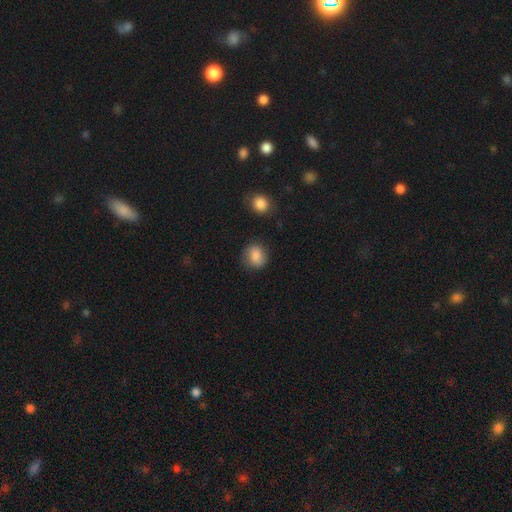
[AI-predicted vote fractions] Smooth or featured? smooth (85%)
How rounded? round (71%)
Merging? none (77%)